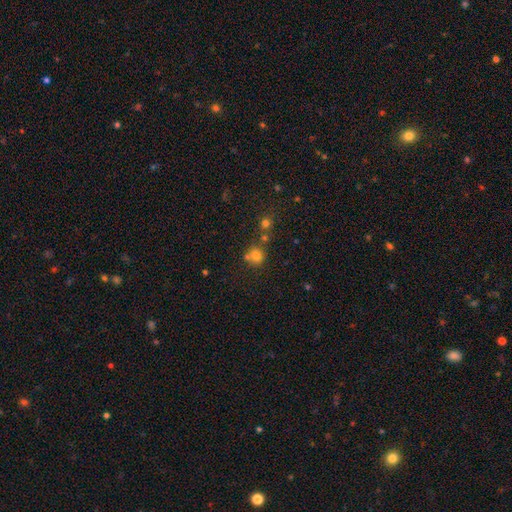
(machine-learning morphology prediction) smooth-or-featured: smooth: 74% | star or artifact: 17% | featured or disk: 9%
  how-rounded: round: 85% | in between: 14% | cigar-shaped: 1%
  merging: none: 58% | merger: 26% | minor disturbance: 11% | major disturbance: 5%